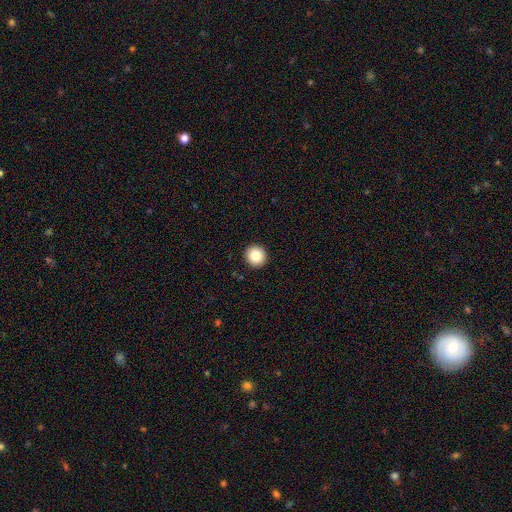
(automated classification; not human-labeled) This is clearly a smooth galaxy (85%). How rounded: clearly round (94%). Merging: clearly none (93%).